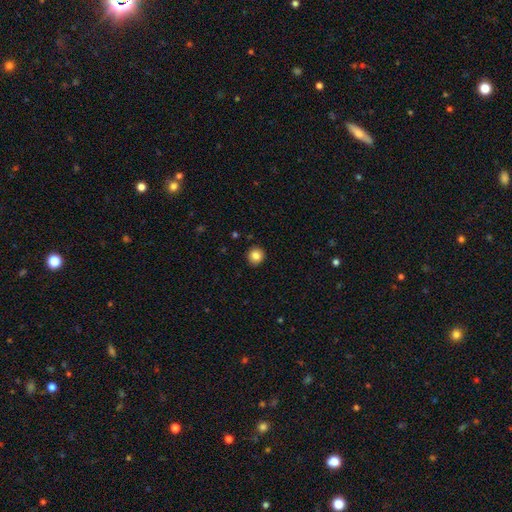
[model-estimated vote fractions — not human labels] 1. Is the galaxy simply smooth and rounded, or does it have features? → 85% smooth, 10% star or artifact, 5% featured or disk.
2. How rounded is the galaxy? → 91% round, 8% in between, 1% cigar-shaped.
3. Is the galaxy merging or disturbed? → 92% none, 5% minor disturbance, 2% major disturbance, 1% merger.